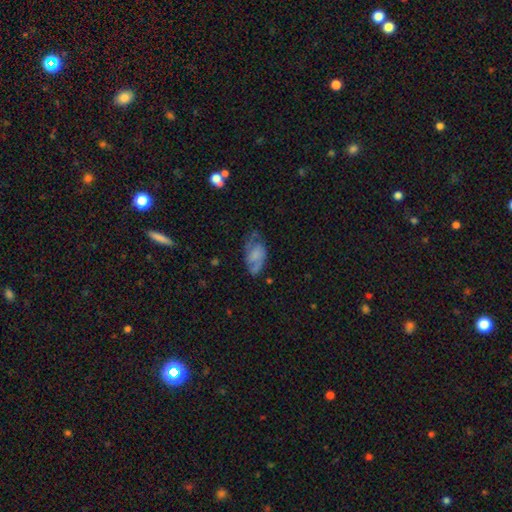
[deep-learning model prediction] Overall: featured or disk (55%; smooth 36%). Edge-on disk: no (95%). Bar: no (58%; weak 34%). Spiral arms: yes (82%). Bulge size: none (45%; small 26%). Merging: none (52%; minor disturbance 28%).